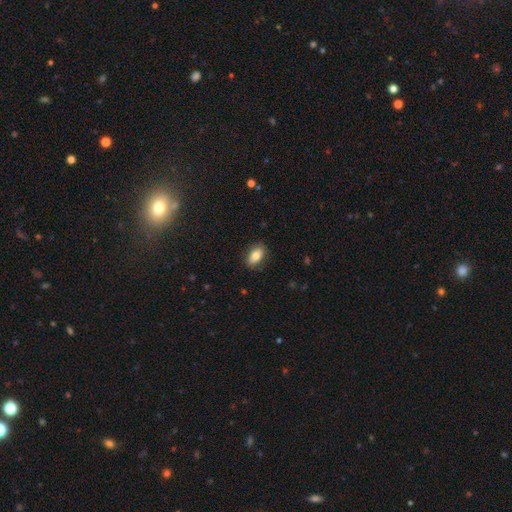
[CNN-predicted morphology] The model was most divided on "smooth or featured": smooth: 80%, featured or disk: 12%, star or artifact: 7%. More confident: how rounded — in between (90%); merging — none (84%).